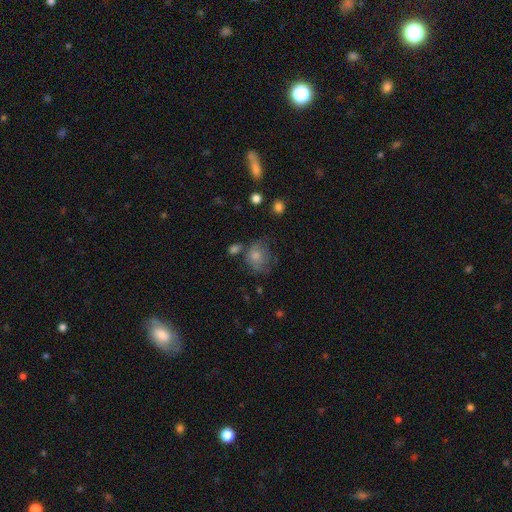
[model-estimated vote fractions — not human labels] smooth_or_featured: smooth (p=0.54) [alt: featured or disk p=0.28]
how_rounded: round (p=0.69) [alt: in between p=0.30]
merging: none (p=0.55) [alt: minor disturbance p=0.23]